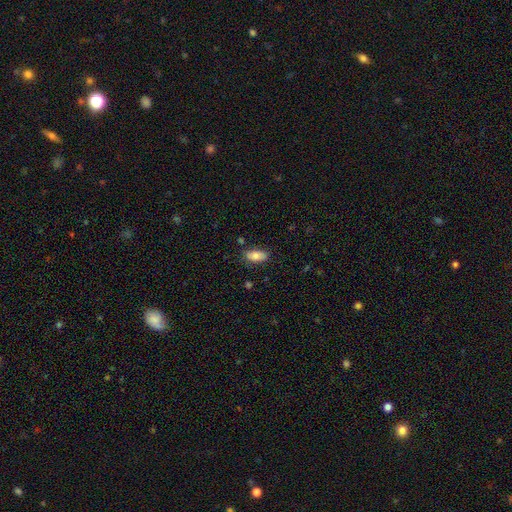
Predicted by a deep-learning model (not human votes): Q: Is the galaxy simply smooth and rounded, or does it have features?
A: smooth — 79%.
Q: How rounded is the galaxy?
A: in between — 90%.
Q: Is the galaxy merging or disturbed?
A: none — 79%.